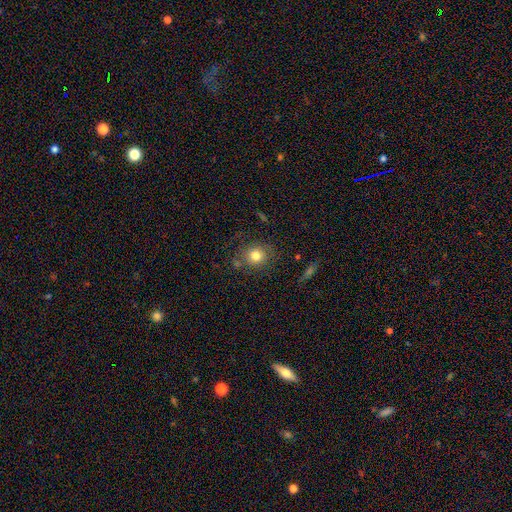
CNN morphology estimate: Q: Smooth or featured?
A: smooth (78%); runner-up: star or artifact (12%)
Q: How rounded?
A: round (83%); runner-up: in between (16%)
Q: Merging?
A: none (79%); runner-up: minor disturbance (13%)